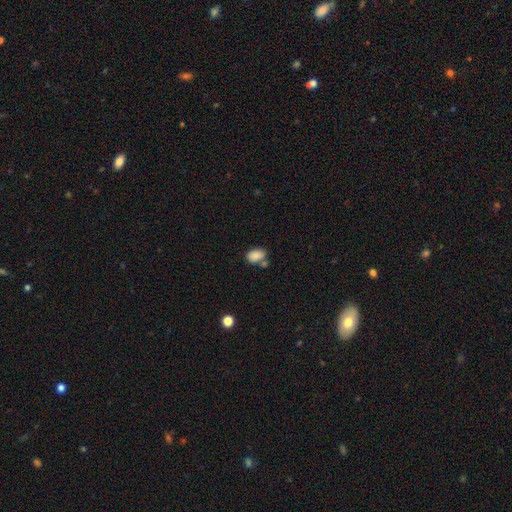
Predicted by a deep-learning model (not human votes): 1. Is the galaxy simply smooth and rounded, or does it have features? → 85% smooth, 8% star or artifact, 7% featured or disk.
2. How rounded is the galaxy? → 87% in between, 12% round, 1% cigar-shaped.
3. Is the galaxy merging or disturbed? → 52% none, 27% merger, 17% minor disturbance, 5% major disturbance.